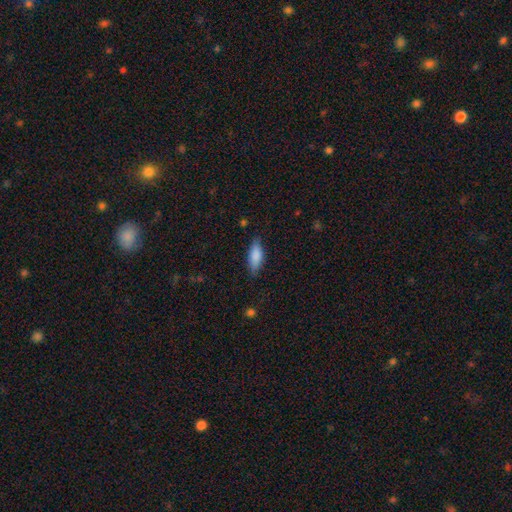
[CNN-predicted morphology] This is clearly a smooth galaxy (82%). How rounded: likely in between (66%). Merging: likely none (80%).